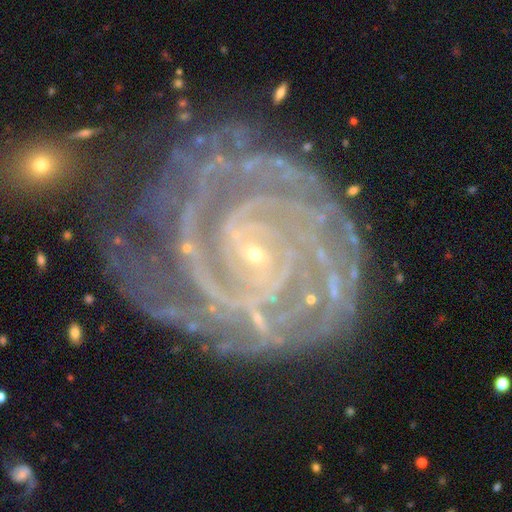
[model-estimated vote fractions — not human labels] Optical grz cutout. It shows a featured or disk galaxy (90%) with no bar (56%), can't tell (22%, tied with 2) tight (81%) spiral arms (98%) and a small central bulge (89%). Merging: none (61%).